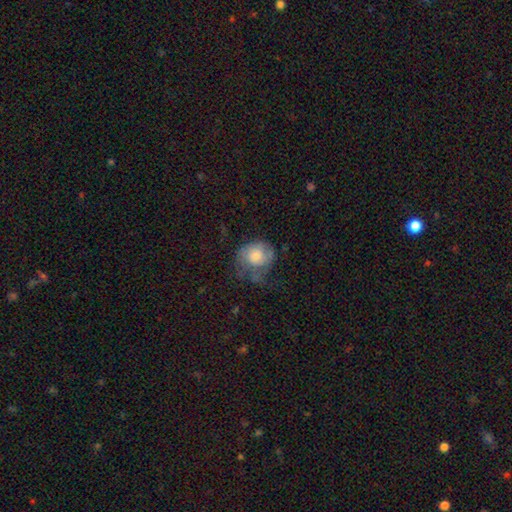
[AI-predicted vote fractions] smooth_or_featured: smooth (p=0.56) [alt: featured or disk p=0.35]
how_rounded: round (p=0.69) [alt: in between p=0.30]
merging: none (p=0.40) [alt: minor disturbance p=0.31]